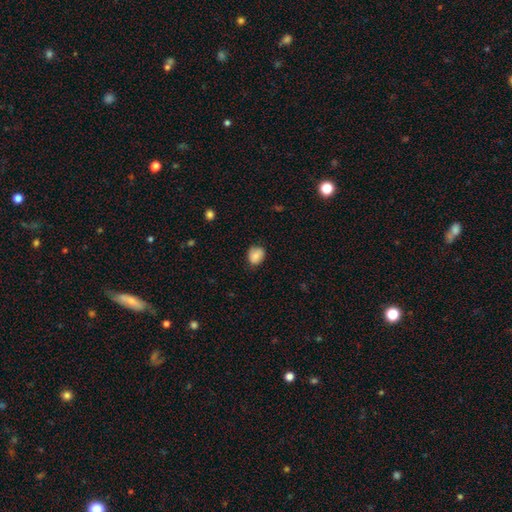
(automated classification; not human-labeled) A smooth galaxy with no disk features (83%) that is round (55%).

Vote fractions:
- Smooth or featured? smooth: 83% / featured or disk: 9% / star or artifact: 8%
- How rounded? round: 55% / in between: 44% / cigar-shaped: 1%
- Merging? none: 74% / minor disturbance: 21% / major disturbance: 4% / merger: 1%